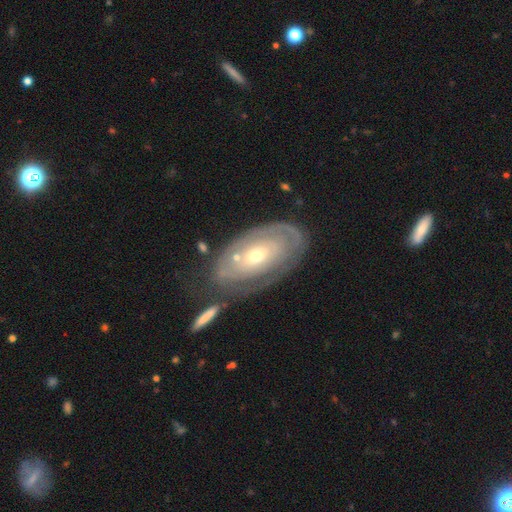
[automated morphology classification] Q: Smooth or featured?
A: featured or disk (72%); runner-up: smooth (23%)
Q: Edge-on disk?
A: no (93%); runner-up: yes (7%)
Q: Bar?
A: no (77%); runner-up: weak (17%)
Q: Spiral arms?
A: yes (65%); runner-up: no (35%)
Q: Bulge size?
A: moderate (48%); runner-up: small (46%)
Q: Merging?
A: none (61%); runner-up: minor disturbance (19%)